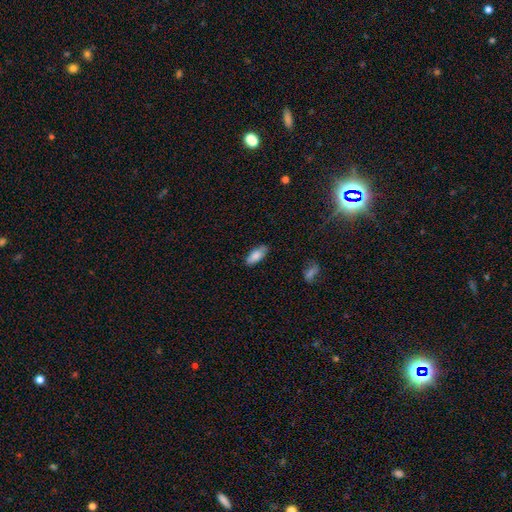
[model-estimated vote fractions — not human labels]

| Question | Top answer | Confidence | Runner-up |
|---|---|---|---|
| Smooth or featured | smooth | 83% | featured or disk (10%) |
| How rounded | in between | 82% | cigar-shaped (16%) |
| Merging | none | 82% | minor disturbance (15%) |